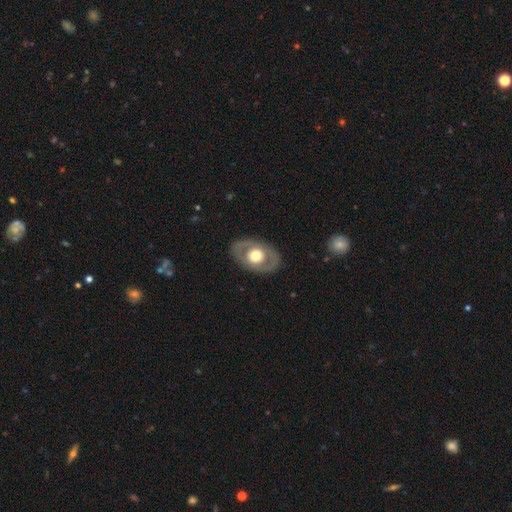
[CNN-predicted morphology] A featured or disk galaxy (56%) with no bar (86%), no spiral arms (83%) and a moderate central bulge (55%).

Vote fractions:
- Smooth or featured? featured or disk: 56% / smooth: 39% / star or artifact: 5%
- Edge-on disk? no: 90% / yes: 10%
- Bar? no: 86% / weak: 11% / strong: 3%
- Spiral arms? no: 83% / yes: 17%
- Bulge size? moderate: 55% / large: 37% / small: 4% / dominant: 3% / none: 1%
- Merging? none: 85% / minor disturbance: 10% / major disturbance: 5% / merger: 1%